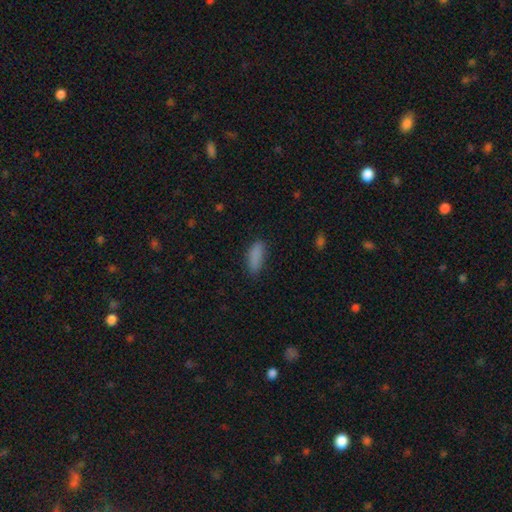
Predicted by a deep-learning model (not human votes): Smooth or featured: smooth — 87% (star or artifact — 8%)
How rounded: in between — 65% (cigar-shaped — 33%)
Merging: none — 79% (minor disturbance — 16%)